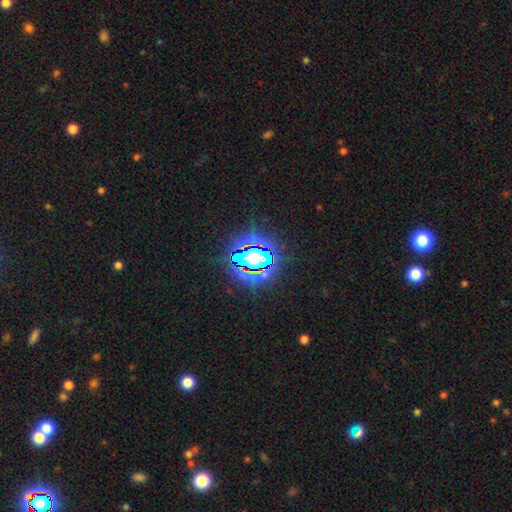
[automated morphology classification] Overall: star or artifact (81%).